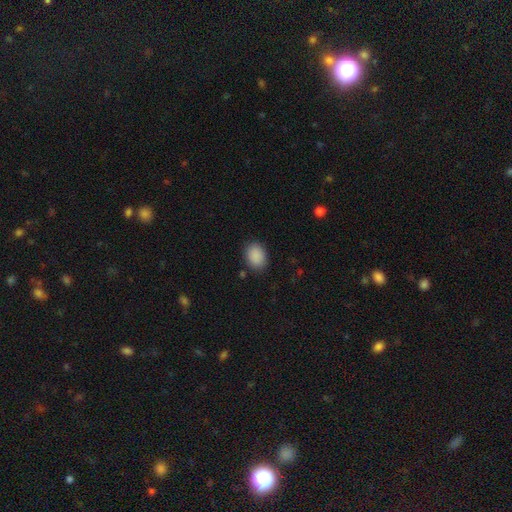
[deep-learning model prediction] This is clearly a smooth galaxy (89%). How rounded: likely in between (66%). Merging: clearly none (86%).